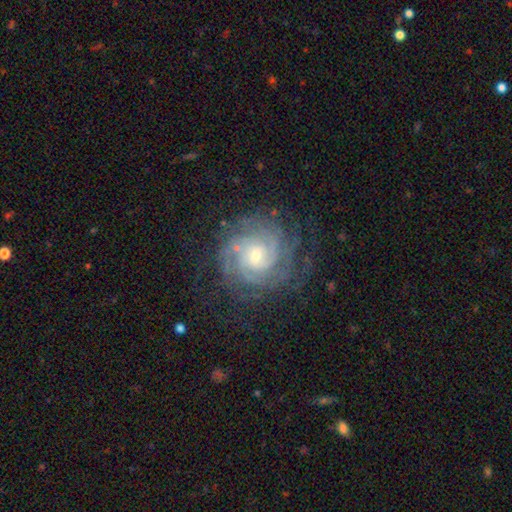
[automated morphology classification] smooth_or_featured: featured or disk (p=0.87) [alt: smooth p=0.07]
disk_edge_on: no (p=0.98) [alt: yes p=0.02]
bar: no (p=0.58) [alt: weak p=0.35]
has_spiral_arms: yes (p=0.97) [alt: no p=0.03]
spiral_winding: tight (p=0.73) [alt: medium p=0.23]
spiral_arm_count: can't tell (p=0.29) [alt: 4 p=0.20]
bulge_size: small (p=0.57) [alt: moderate p=0.37]
merging: none (p=0.75) [alt: minor disturbance p=0.15]